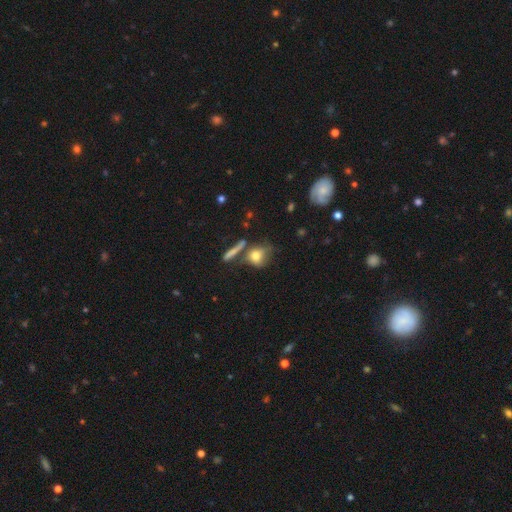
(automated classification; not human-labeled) Smooth or featured? smooth (72%)
How rounded? round (56%)
Merging? none (50%)